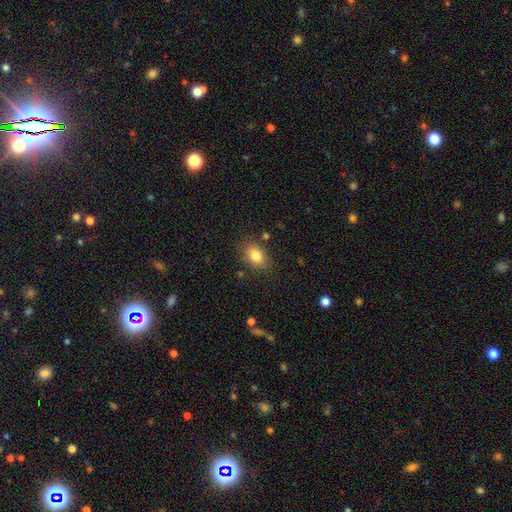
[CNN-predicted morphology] The model was most divided on "how rounded": in between: 79%, round: 19%, cigar-shaped: 1%. More confident: smooth or featured — smooth (83%); merging — none (80%).